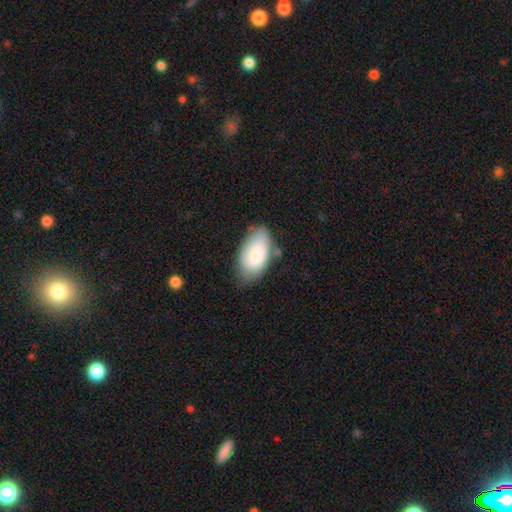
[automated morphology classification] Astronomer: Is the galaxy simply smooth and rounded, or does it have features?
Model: smooth — 79%.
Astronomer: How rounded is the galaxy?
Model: in between — 95%.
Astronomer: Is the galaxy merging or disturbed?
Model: none — 63%.